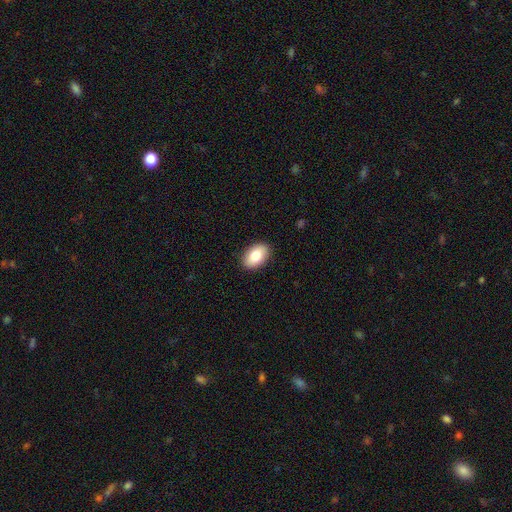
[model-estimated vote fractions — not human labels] A smooth galaxy with no disk features (83%) that is in between round and cigar-shaped (90%).

Vote fractions:
- Smooth or featured? smooth: 83% / featured or disk: 11% / star or artifact: 7%
- How rounded? in between: 90% / round: 9% / cigar-shaped: 1%
- Merging? none: 89% / minor disturbance: 8% / major disturbance: 2% / merger: 1%